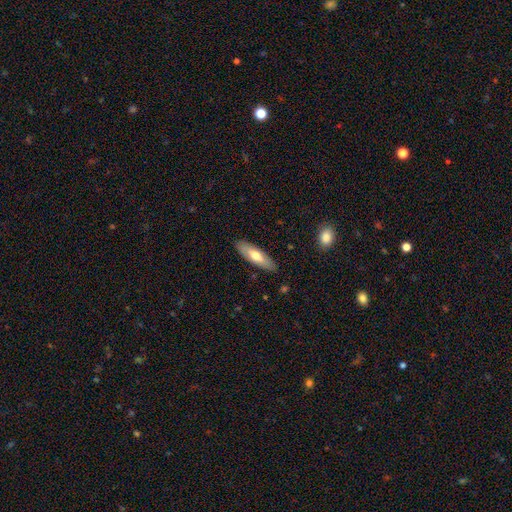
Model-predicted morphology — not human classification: smooth_or_featured: smooth (p=0.62) [alt: featured or disk p=0.33]
how_rounded: in between (p=0.51) [alt: cigar-shaped p=0.48]
merging: none (p=0.87) [alt: minor disturbance p=0.09]